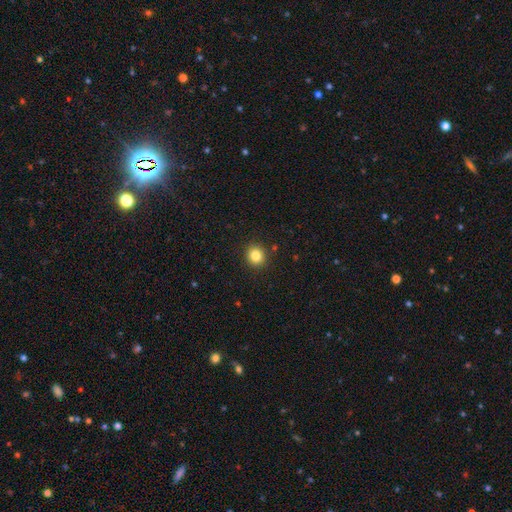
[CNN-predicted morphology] A smooth galaxy with no disk features (83%) that is round (87%).

Vote fractions:
- Smooth or featured? smooth: 83% / star or artifact: 11% / featured or disk: 5%
- How rounded? round: 87% / in between: 12% / cigar-shaped: 1%
- Merging? none: 91% / minor disturbance: 6% / major disturbance: 2% / merger: 1%